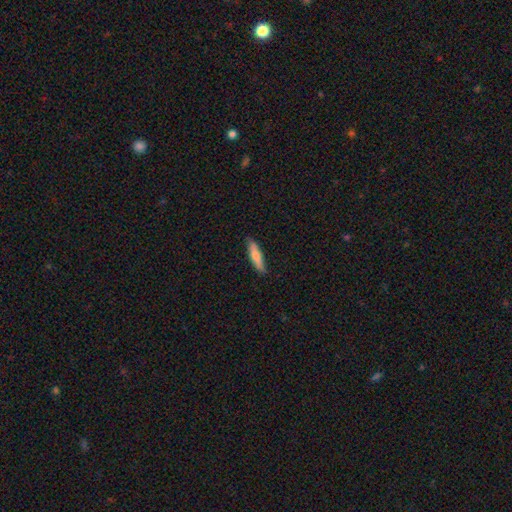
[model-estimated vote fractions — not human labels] Smooth or featured? Predicted: smooth (p=0.69). How rounded? Predicted: cigar-shaped (p=0.79). Merging? Predicted: none (p=0.87).